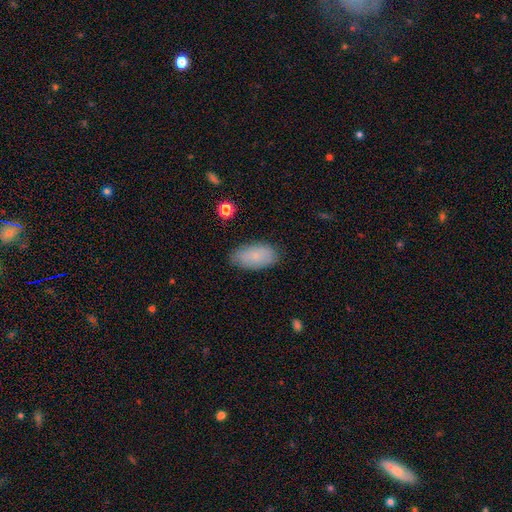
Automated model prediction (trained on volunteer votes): The model was most divided on "merging": none: 82%, minor disturbance: 14%, major disturbance: 3%, merger: 1%. More confident: how rounded — in between (94%); smooth or featured — smooth (80%).